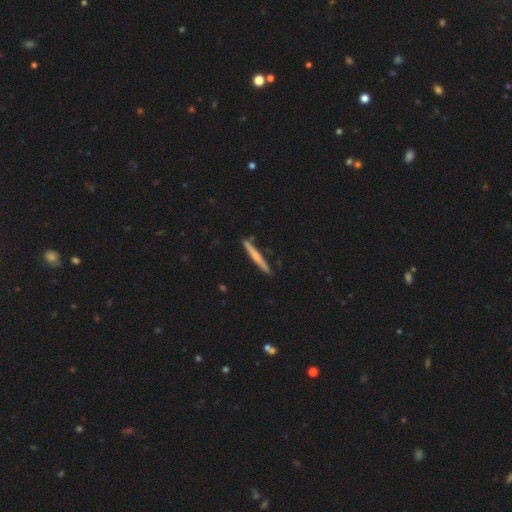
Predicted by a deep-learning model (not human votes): smooth_or_featured: smooth (p=0.54) [alt: featured or disk p=0.40]
how_rounded: cigar-shaped (p=0.96) [alt: in between p=0.03]
merging: none (p=0.88) [alt: minor disturbance p=0.08]